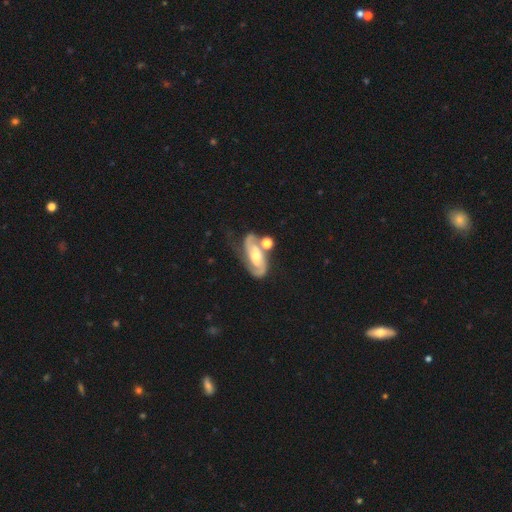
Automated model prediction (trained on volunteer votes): Smooth or featured: featured or disk — 81% (smooth — 13%)
Edge-on disk: no — 94% (yes — 6%)
Bar: no — 45% (weak — 35%)
Spiral arms: yes — 93% (no — 7%)
Spiral winding: medium — 44% (tight — 35%)
Spiral arm count: 2 — 82% (can't tell — 8%)
Bulge size: moderate — 60% (small — 32%)
Merging: none — 49% (merger — 20%)